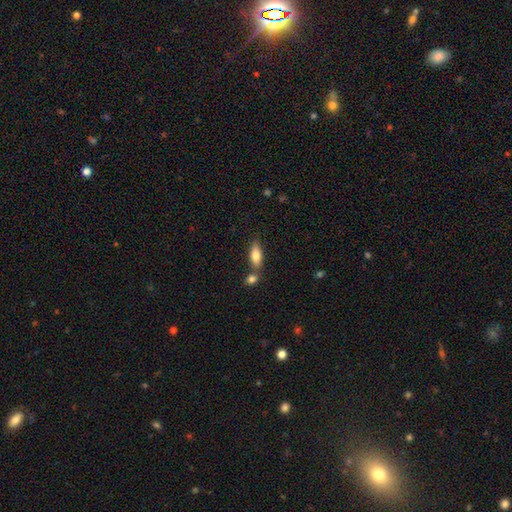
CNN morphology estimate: Overall: smooth (76%). How rounded: in between (73%). Merging: none (61%; merger 25%).